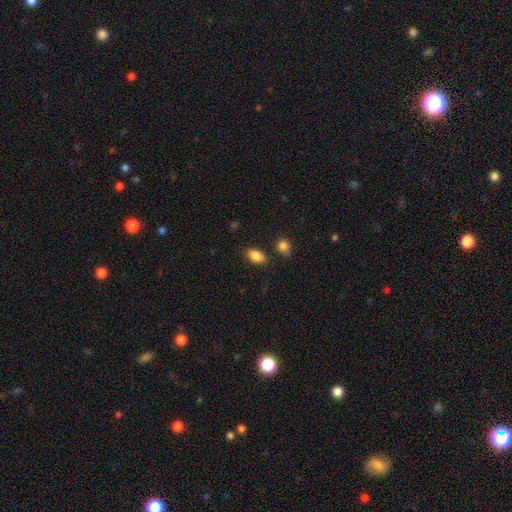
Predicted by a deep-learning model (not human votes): This appears to be a smooth galaxy with no disk features (85%) that is in between round and cigar-shaped (89%). Merging: none (79%).